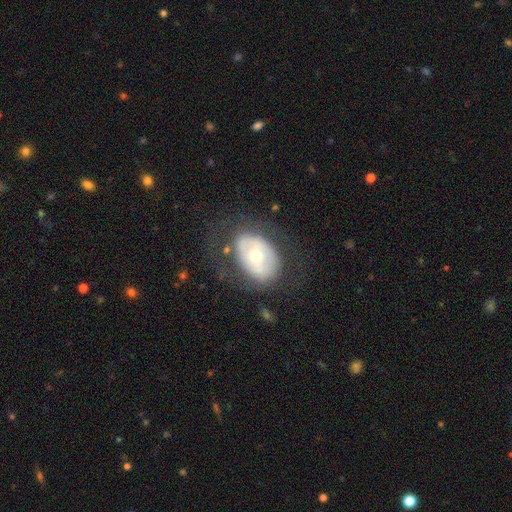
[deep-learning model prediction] Smooth or featured: featured or disk — 53% (smooth — 40%)
Edge-on disk: no — 92% (yes — 8%)
Merging: none — 64% (minor disturbance — 18%)